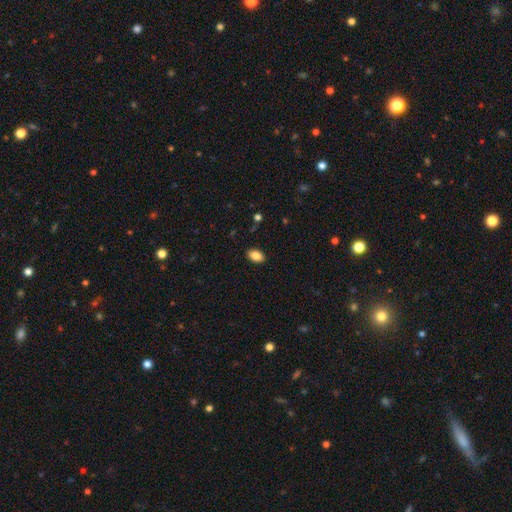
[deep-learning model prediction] smooth_or_featured: smooth (p=0.86) [alt: star or artifact p=0.08]
how_rounded: in between (p=0.90) [alt: round p=0.08]
merging: none (p=0.89) [alt: minor disturbance p=0.08]